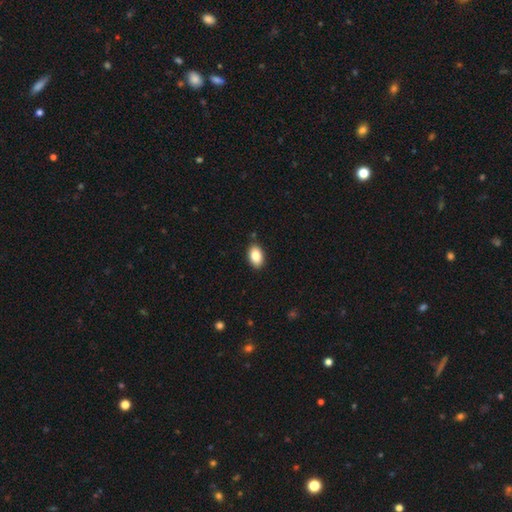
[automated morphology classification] Smooth or featured: smooth — 86% (star or artifact — 7%)
How rounded: in between — 91% (round — 7%)
Merging: none — 89% (minor disturbance — 8%)